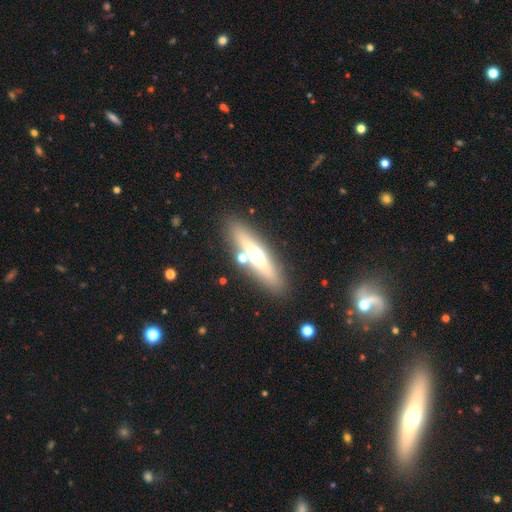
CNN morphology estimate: featured or disk 50%, smooth 42%, star or artifact 9%. Down the decision tree: merging — none (81%).